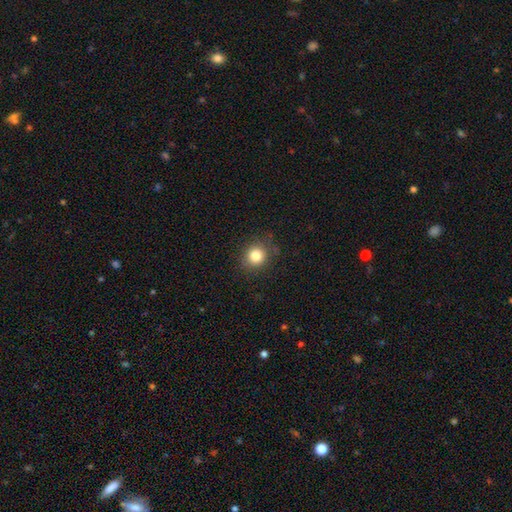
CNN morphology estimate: The model was most divided on "smooth or featured": smooth: 82%, star or artifact: 12%, featured or disk: 6%. More confident: how rounded — round (86%); merging — none (85%).